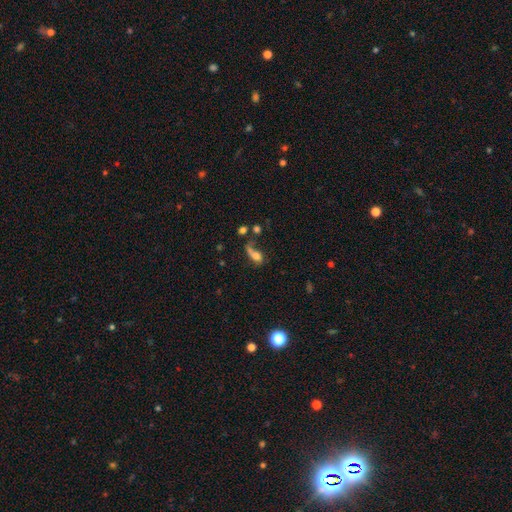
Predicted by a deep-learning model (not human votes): Smooth or featured? smooth (60%)
How rounded? in between (69%)
Merging? major disturbance (33%)